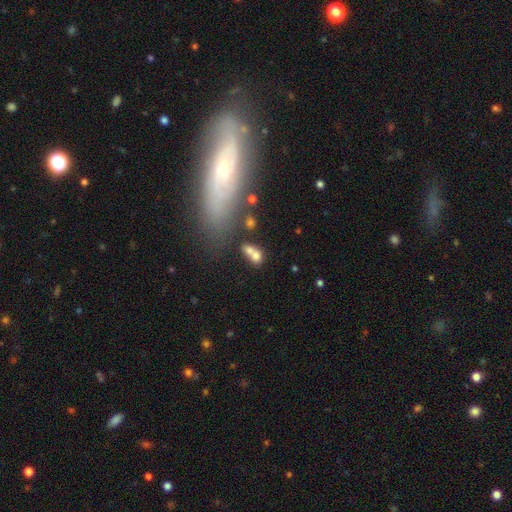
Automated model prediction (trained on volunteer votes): The model was most divided on "merging": merger: 60%, none: 24%, minor disturbance: 9%, major disturbance: 7%. More confident: smooth or featured — smooth (68%); how rounded — in between (66%).